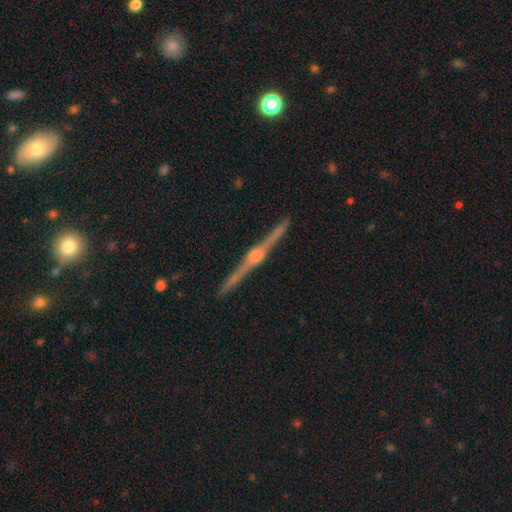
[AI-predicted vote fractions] Smooth or featured: featured or disk — 89% (star or artifact — 6%)
Edge-on disk: yes — 99% (no — 1%)
Edge-on bulge: rounded — 93% (boxy — 5%)
Merging: none — 93% (minor disturbance — 5%)